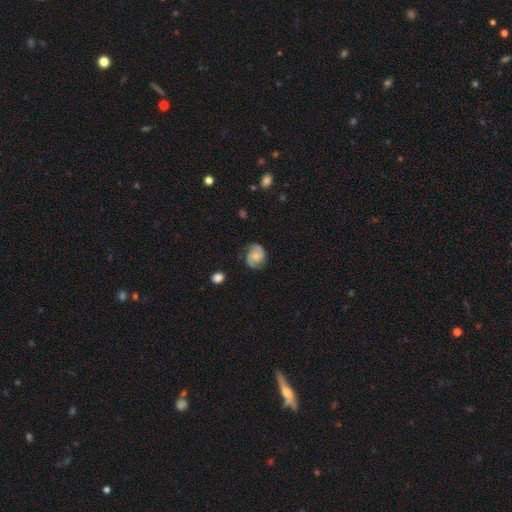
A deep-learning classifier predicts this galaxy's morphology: The model was most divided on "spiral winding": medium: 45%, tight: 36%, loose: 18%. Remaining: edge-on disk — no (98%); spiral arms — yes (93%); spiral arm count — 2 (82%); merging — none (71%); bar — no (64%); smooth or featured — featured or disk (63%); bulge size — small (47%).